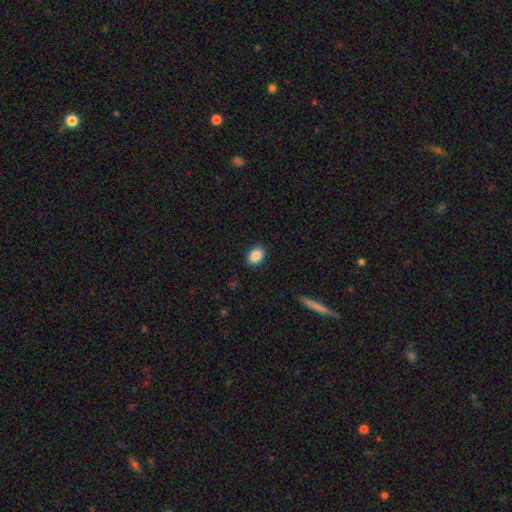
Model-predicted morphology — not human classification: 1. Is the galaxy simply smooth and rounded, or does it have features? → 88% smooth, 8% star or artifact, 4% featured or disk.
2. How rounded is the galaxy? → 66% in between, 32% round, 1% cigar-shaped.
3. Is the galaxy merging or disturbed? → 87% none, 9% minor disturbance, 2% major disturbance, 1% merger.